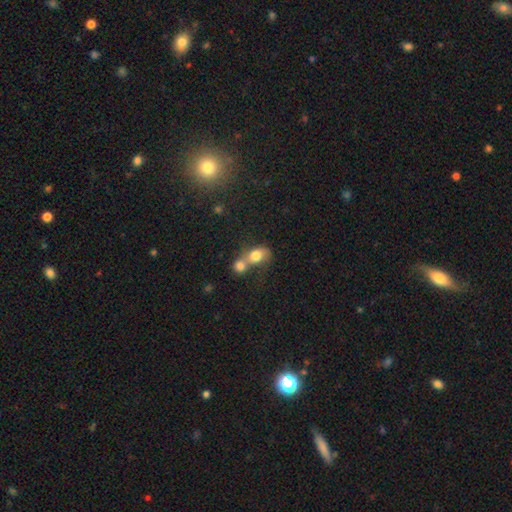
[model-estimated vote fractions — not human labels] The model was most divided on "how rounded": in between: 53%, round: 45%, cigar-shaped: 2%. More confident: smooth or featured — smooth (76%); merging — merger (70%).